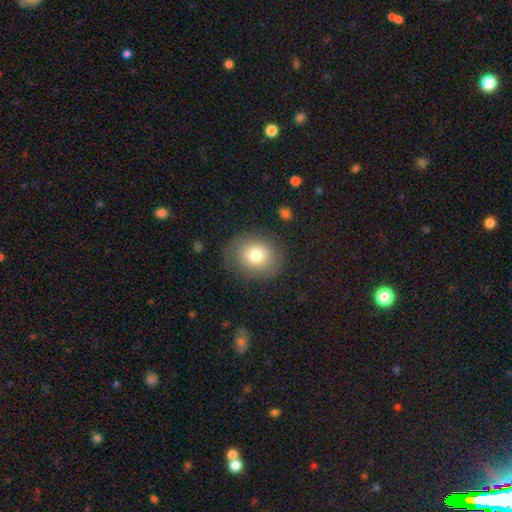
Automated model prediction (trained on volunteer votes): Smooth or featured? smooth (75%)
How rounded? round (73%)
Merging? none (81%)